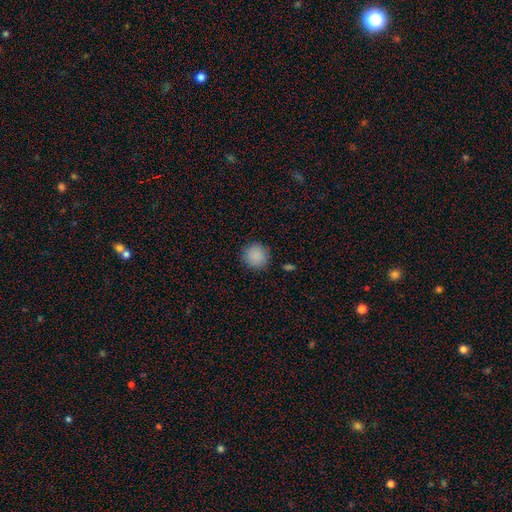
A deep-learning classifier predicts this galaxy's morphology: The model was most divided on "smooth or featured": smooth: 88%, star or artifact: 9%, featured or disk: 3%. More confident: how rounded — round (92%); merging — none (87%).